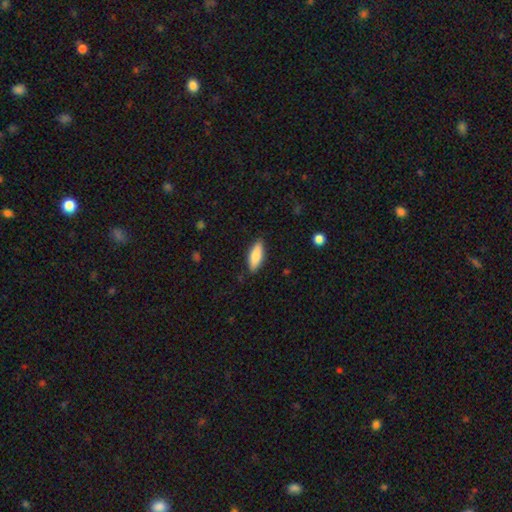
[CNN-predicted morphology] Smooth or featured? smooth (78%)
How rounded? in between (66%)
Merging? none (86%)